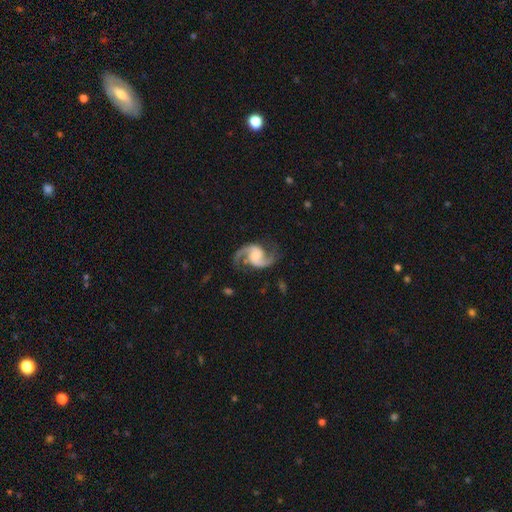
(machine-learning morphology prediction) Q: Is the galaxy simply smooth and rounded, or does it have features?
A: featured or disk — 93%.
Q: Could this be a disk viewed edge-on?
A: no — 98%.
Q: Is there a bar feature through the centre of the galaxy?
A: no — 47%.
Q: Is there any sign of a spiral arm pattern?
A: yes — 98%.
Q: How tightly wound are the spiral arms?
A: medium — 52%.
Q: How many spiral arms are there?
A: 2 — 94%.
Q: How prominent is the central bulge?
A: moderate — 45%.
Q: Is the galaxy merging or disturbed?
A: none — 78%.